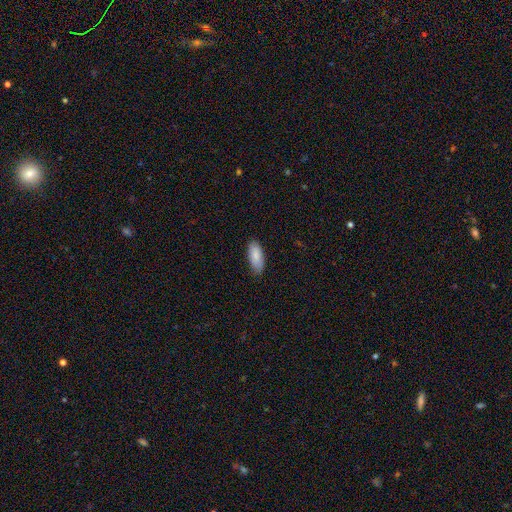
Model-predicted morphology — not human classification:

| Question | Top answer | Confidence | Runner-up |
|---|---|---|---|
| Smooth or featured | smooth | 86% | featured or disk (8%) |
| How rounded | in between | 86% | cigar-shaped (13%) |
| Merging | none | 83% | minor disturbance (14%) |